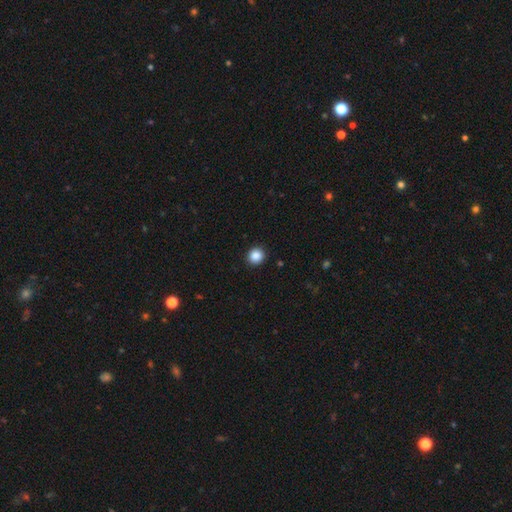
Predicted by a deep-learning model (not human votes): Smooth or featured?
  - smooth: 87% *
  - star or artifact: 10%
  - featured or disk: 3%
How rounded?
  - round: 91% *
  - in between: 8%
  - cigar-shaped: 1%
Merging?
  - none: 92% *
  - minor disturbance: 5%
  - major disturbance: 2%
  - merger: 1%